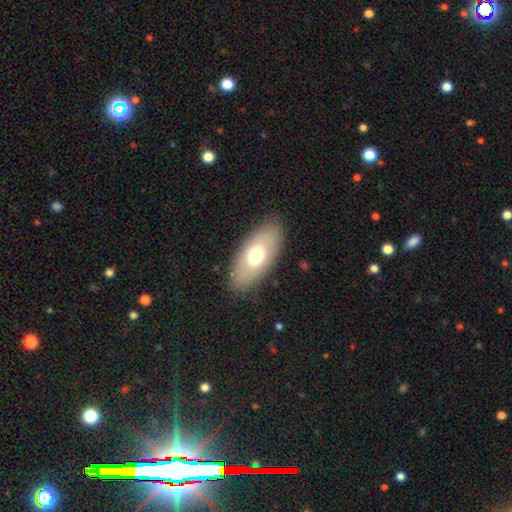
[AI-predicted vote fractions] Smooth or featured? Predicted: smooth (p=0.64). How rounded? Predicted: in between (p=0.89). Merging? Predicted: none (p=0.85).